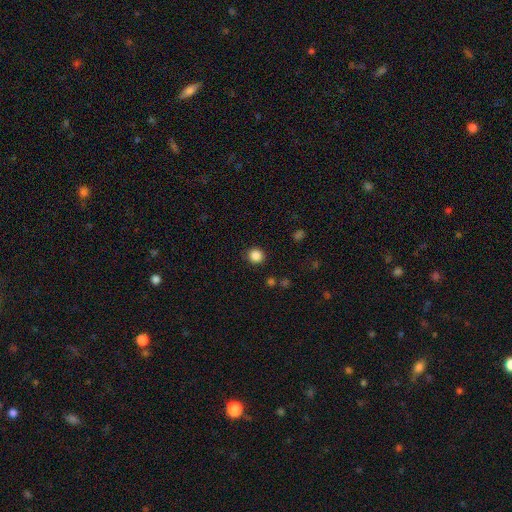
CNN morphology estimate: Smooth or featured? Predicted: smooth (p=0.86). How rounded? Predicted: round (p=0.90). Merging? Predicted: none (p=0.88).